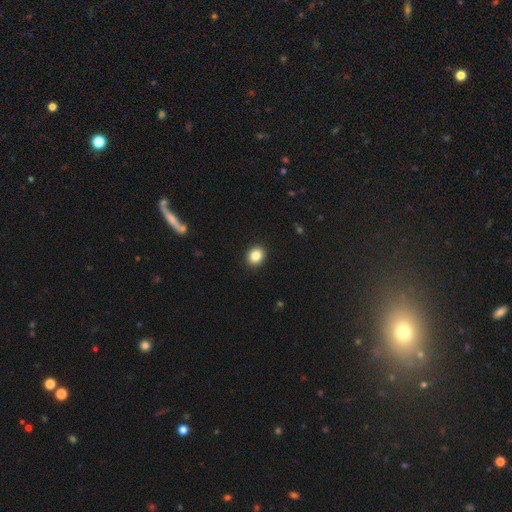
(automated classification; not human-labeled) This appears to be a smooth galaxy with no disk features (86%) that is round (68%). Merging: none (92%).